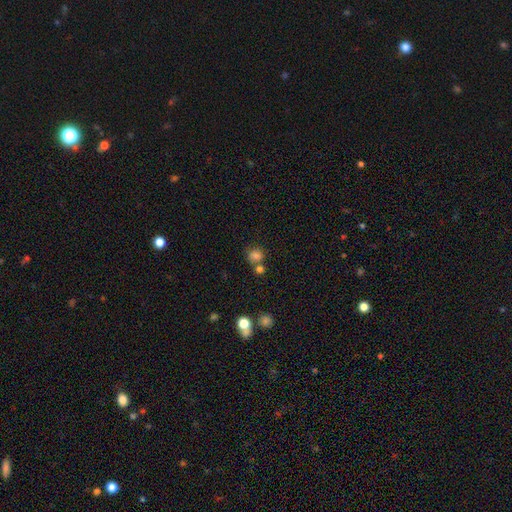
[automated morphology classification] This is likely a smooth galaxy (78%). How rounded: clearly round (84%). Merging: possibly none (58%).